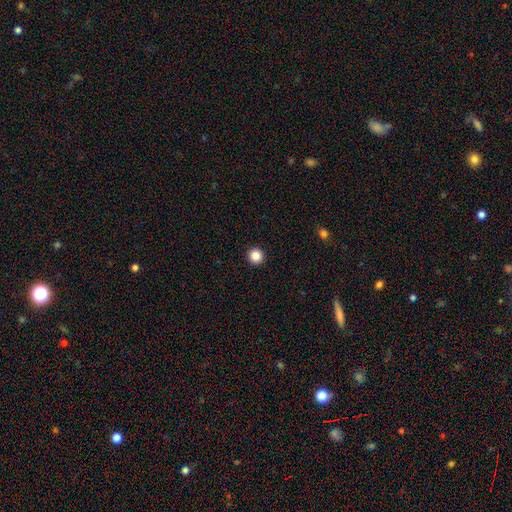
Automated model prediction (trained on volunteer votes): The model was most divided on "smooth or featured": smooth: 86%, star or artifact: 11%, featured or disk: 4%. More confident: how rounded — round (95%); merging — none (94%).